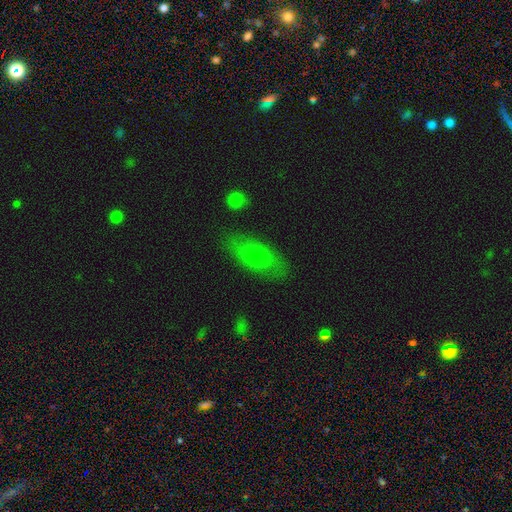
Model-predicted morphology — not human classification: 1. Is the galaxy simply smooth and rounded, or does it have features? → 62% smooth, 30% featured or disk, 8% star or artifact.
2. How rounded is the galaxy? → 82% in between, 12% cigar-shaped, 6% round.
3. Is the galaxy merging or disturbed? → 80% none, 13% minor disturbance, 4% major disturbance, 2% merger.